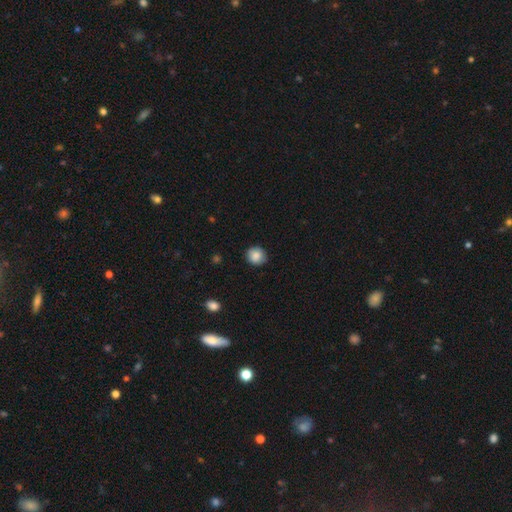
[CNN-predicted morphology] This is clearly a smooth galaxy (86%). How rounded: clearly round (84%). Merging: clearly none (85%).